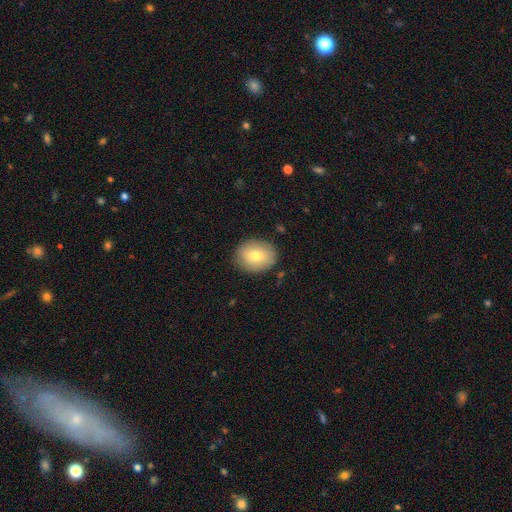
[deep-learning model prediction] Q: Smooth or featured?
A: smooth (73%); runner-up: featured or disk (19%)
Q: How rounded?
A: round (51%); runner-up: in between (48%)
Q: Merging?
A: none (84%); runner-up: minor disturbance (11%)